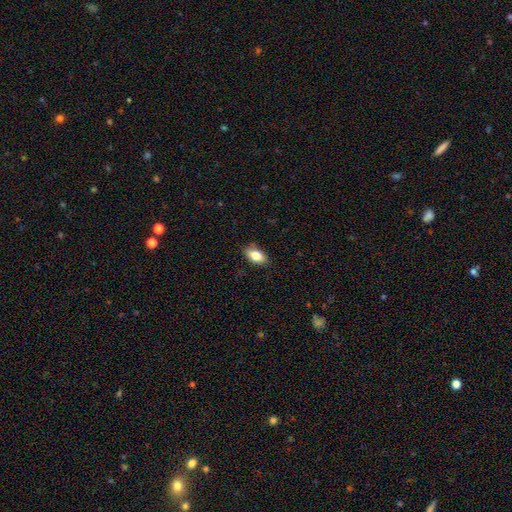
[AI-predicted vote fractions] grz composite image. It shows a smooth galaxy with no disk features (82%) that is in between round and cigar-shaped (91%). Merging: none (83%).